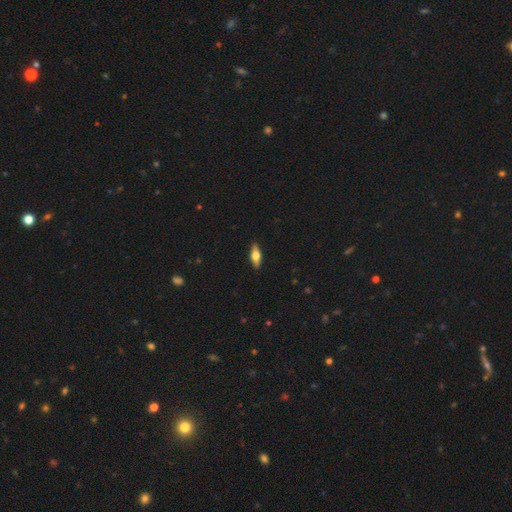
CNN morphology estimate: A smooth galaxy with no disk features (48%). Merging: none (89%).